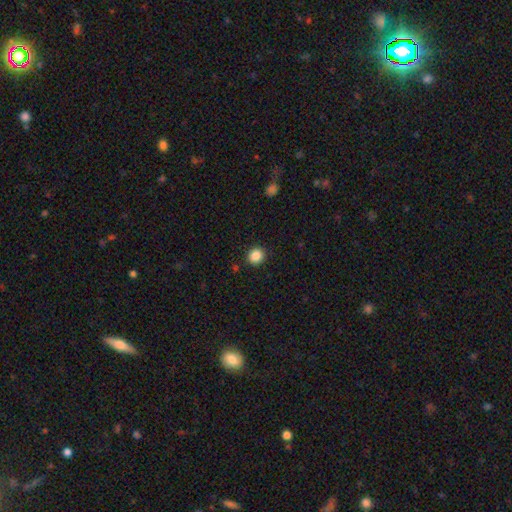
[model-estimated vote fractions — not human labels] This is clearly a smooth galaxy (86%). How rounded: clearly round (86%). Merging: clearly none (91%).